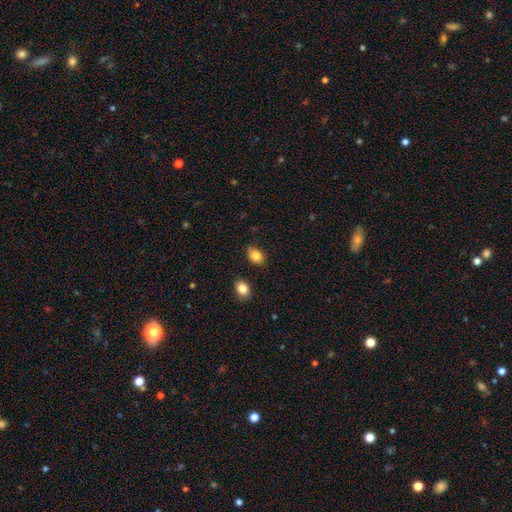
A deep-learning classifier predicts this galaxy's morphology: Smooth or featured? Predicted: smooth (p=0.85). How rounded? Predicted: in between (p=0.78). Merging? Predicted: none (p=0.74).